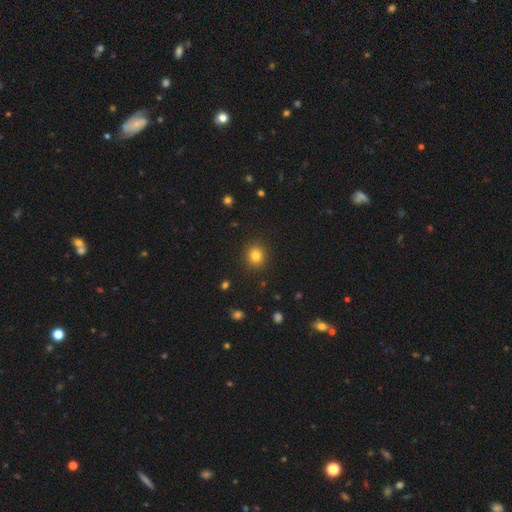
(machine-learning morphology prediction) smooth-or-featured: smooth: 82% | star or artifact: 12% | featured or disk: 6%
  how-rounded: round: 83% | in between: 16% | cigar-shaped: 1%
  merging: none: 90% | minor disturbance: 6% | major disturbance: 2% | merger: 1%